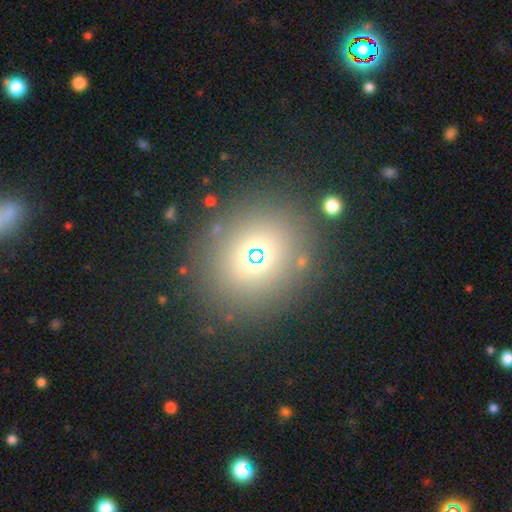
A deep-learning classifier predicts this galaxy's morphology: A smooth galaxy with no disk features (52%) that is round (78%). Merging: none (83%).